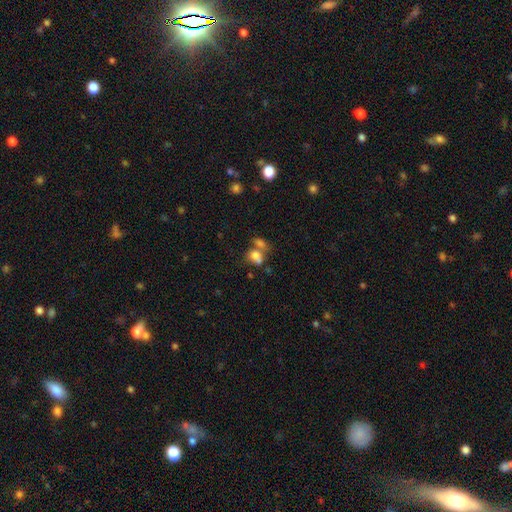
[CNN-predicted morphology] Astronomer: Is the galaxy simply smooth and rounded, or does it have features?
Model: smooth — 74%.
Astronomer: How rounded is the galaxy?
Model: in between — 73%.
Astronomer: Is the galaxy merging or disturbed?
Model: merger — 50% (runner-up: none, 31%).